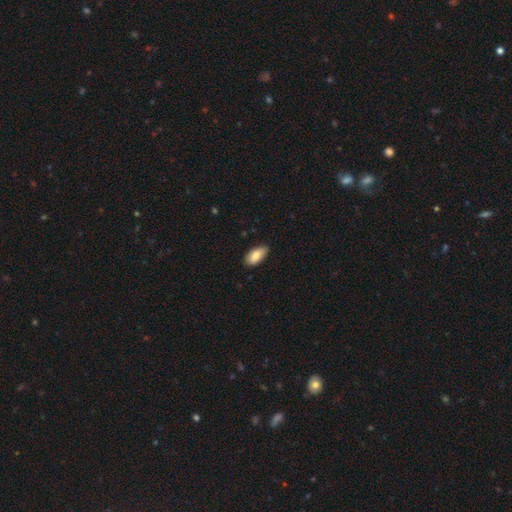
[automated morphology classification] A smooth galaxy with no disk features (84%) that is in between round and cigar-shaped (93%).

Vote fractions:
- Smooth or featured? smooth: 84% / featured or disk: 10% / star or artifact: 6%
- How rounded? in between: 93% / cigar-shaped: 5% / round: 2%
- Merging? none: 84% / minor disturbance: 13% / major disturbance: 2% / merger: 1%